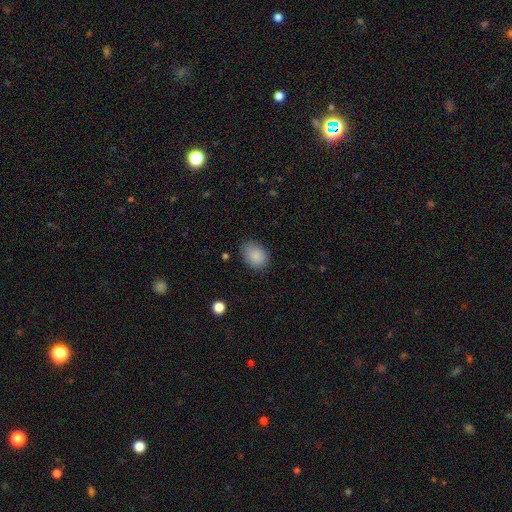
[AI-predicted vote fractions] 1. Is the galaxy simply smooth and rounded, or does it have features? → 88% smooth, 8% star or artifact, 4% featured or disk.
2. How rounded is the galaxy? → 70% in between, 29% round, 1% cigar-shaped.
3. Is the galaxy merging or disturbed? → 82% none, 14% minor disturbance, 3% major disturbance, 1% merger.